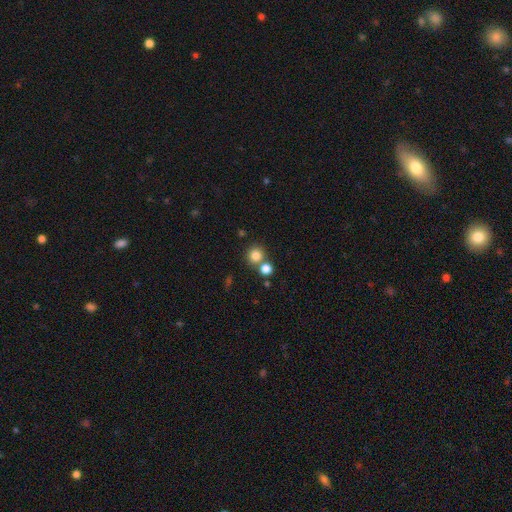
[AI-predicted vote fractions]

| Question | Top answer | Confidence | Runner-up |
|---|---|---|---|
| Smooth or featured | smooth | 82% | star or artifact (12%) |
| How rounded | round | 90% | in between (9%) |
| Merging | none | 64% | merger (26%) |